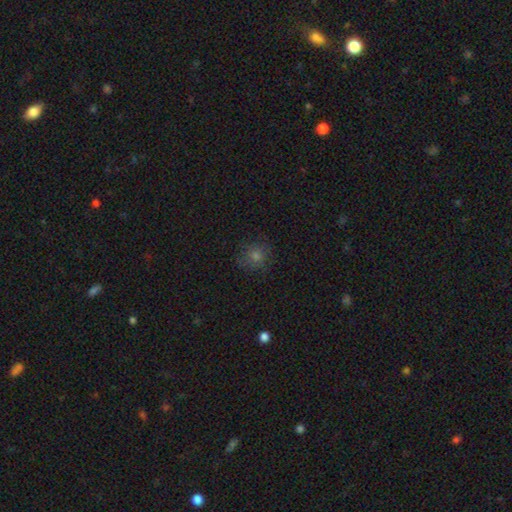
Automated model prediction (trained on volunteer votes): smooth 67%, star or artifact 23%, featured or disk 10%. Down the decision tree: how rounded — round (86%); merging — none (81%).